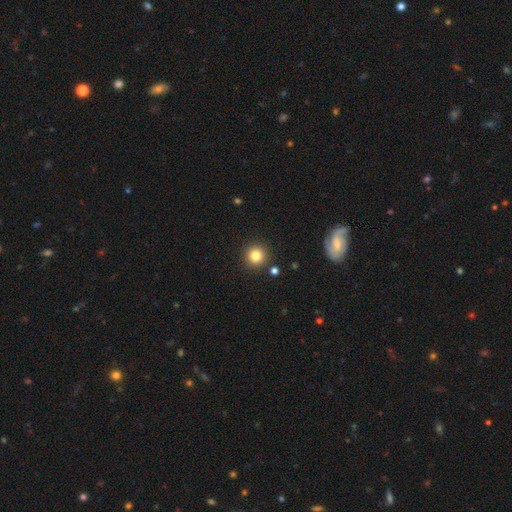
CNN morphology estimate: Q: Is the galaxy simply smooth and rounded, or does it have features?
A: smooth — 82%.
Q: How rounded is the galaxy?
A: round — 94%.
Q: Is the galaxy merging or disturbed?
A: none — 89%.